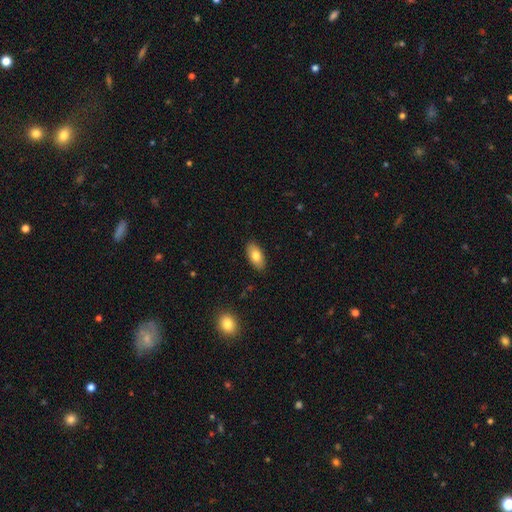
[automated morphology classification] The model was most divided on "smooth or featured": smooth: 78%, featured or disk: 15%, star or artifact: 7%. More confident: how rounded — in between (92%); merging — none (88%).